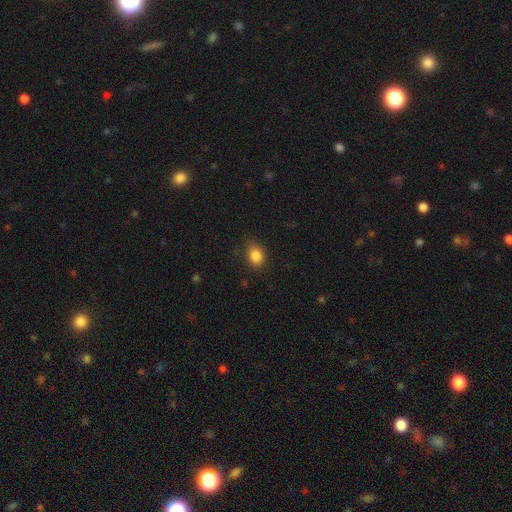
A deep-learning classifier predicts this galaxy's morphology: The model was most divided on "how rounded": in between: 68%, round: 31%, cigar-shaped: 1%. More confident: smooth or featured — smooth (85%); merging — none (80%).